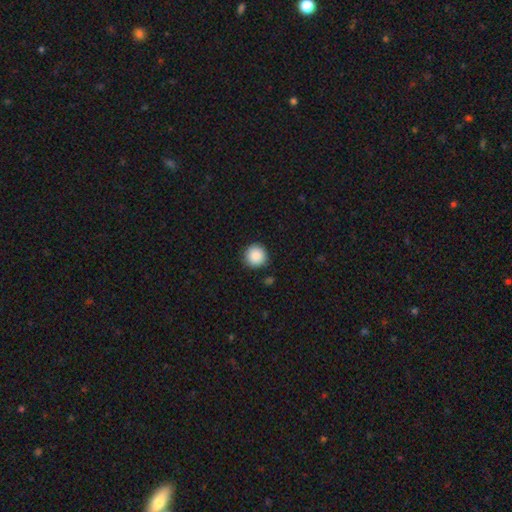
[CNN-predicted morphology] Smooth or featured: smooth — 89% (star or artifact — 8%)
How rounded: round — 95% (in between — 4%)
Merging: none — 89% (minor disturbance — 7%)